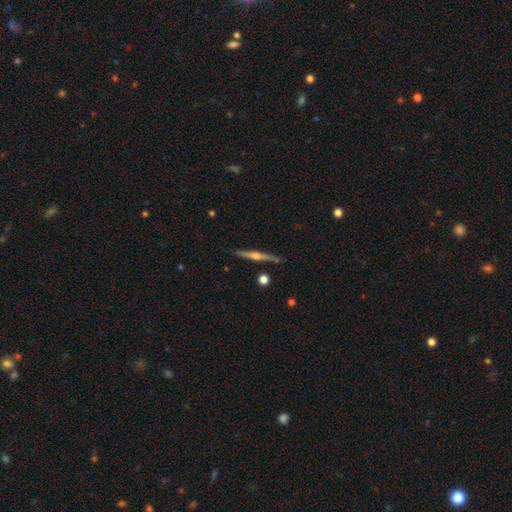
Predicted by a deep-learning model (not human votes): A featured or disk galaxy (78%) viewed edge-on (98%) with a rounded central bulge (86%). Merging: none (90%).